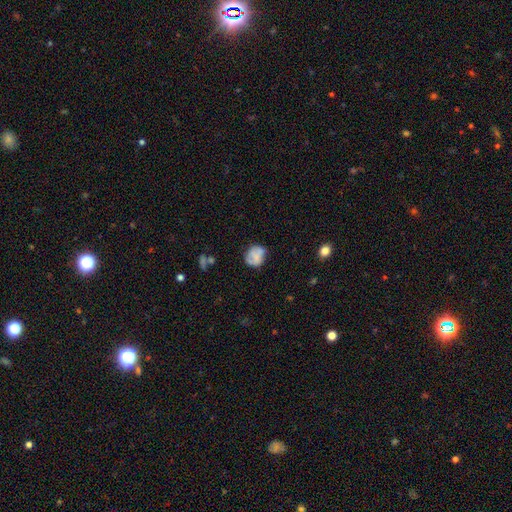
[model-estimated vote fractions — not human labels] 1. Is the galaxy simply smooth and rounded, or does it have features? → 64% smooth, 27% featured or disk, 10% star or artifact.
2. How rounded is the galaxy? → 63% round, 35% in between, 1% cigar-shaped.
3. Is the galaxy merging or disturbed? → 57% none, 28% minor disturbance, 10% major disturbance, 5% merger.